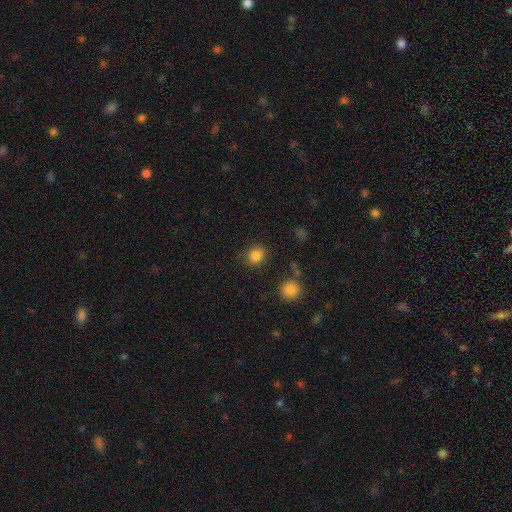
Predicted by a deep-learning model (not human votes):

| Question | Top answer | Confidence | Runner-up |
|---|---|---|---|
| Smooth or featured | smooth | 84% | star or artifact (11%) |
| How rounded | round | 77% | in between (22%) |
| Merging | none | 84% | minor disturbance (10%) |